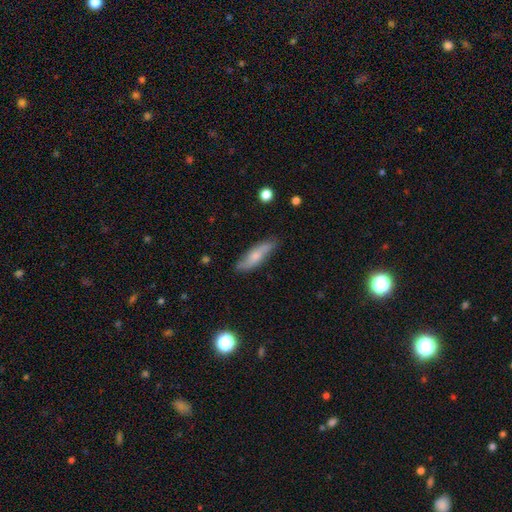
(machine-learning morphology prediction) A smooth galaxy with no disk features (58%) that is cigar-shaped (56%). Merging: none (79%).